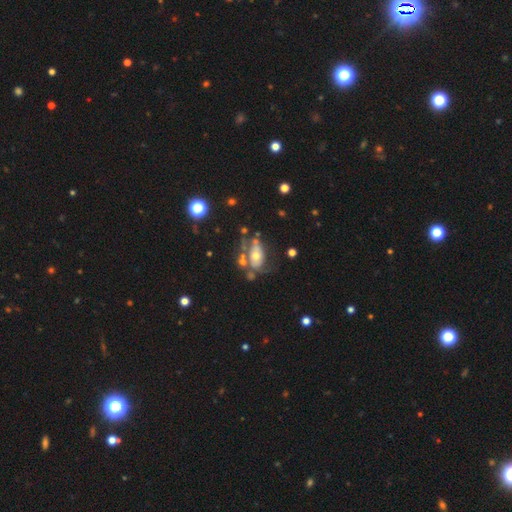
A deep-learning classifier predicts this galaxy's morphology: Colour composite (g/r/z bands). It shows a featured or disk galaxy (53%). Merging: none (34%).